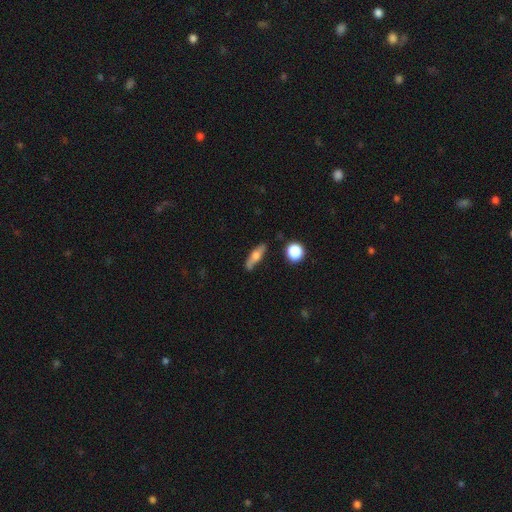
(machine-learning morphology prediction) Smooth or featured?
  - smooth: 56% *
  - featured or disk: 36%
  - star or artifact: 8%
How rounded?
  - cigar-shaped: 54% *
  - in between: 40%
  - round: 6%
Merging?
  - none: 74% *
  - minor disturbance: 18%
  - major disturbance: 4%
  - merger: 4%